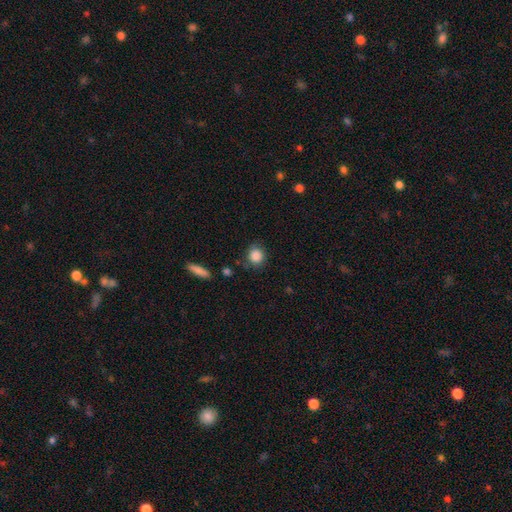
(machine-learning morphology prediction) Smooth or featured?
  - smooth: 87% *
  - star or artifact: 8%
  - featured or disk: 5%
How rounded?
  - round: 83% *
  - in between: 16%
  - cigar-shaped: 1%
Merging?
  - none: 77% *
  - minor disturbance: 16%
  - major disturbance: 4%
  - merger: 3%